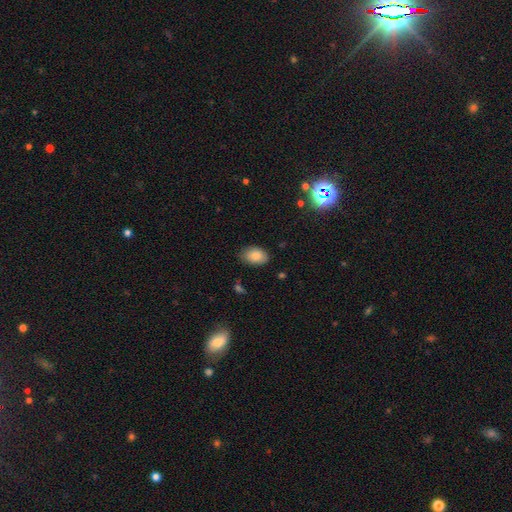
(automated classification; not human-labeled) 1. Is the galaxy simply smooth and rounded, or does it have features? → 82% smooth, 10% featured or disk, 8% star or artifact.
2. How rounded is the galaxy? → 85% in between, 14% round, 1% cigar-shaped.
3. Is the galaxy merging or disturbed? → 82% none, 14% minor disturbance, 3% major disturbance, 1% merger.